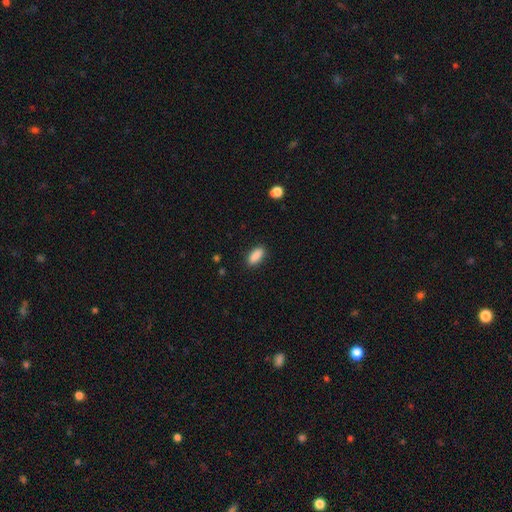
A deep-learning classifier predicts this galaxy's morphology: smooth-or-featured: smooth: 89% | star or artifact: 7% | featured or disk: 4%
  how-rounded: in between: 81% | cigar-shaped: 17% | round: 2%
  merging: none: 88% | minor disturbance: 8% | major disturbance: 2% | merger: 1%